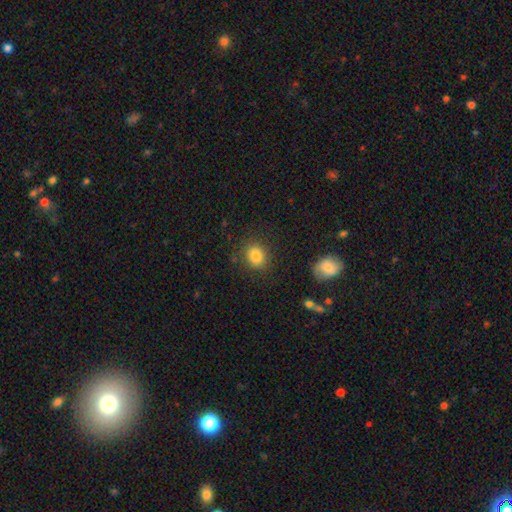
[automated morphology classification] This appears to be a smooth galaxy with no disk features (84%) that is round (51%). Merging: none (83%).